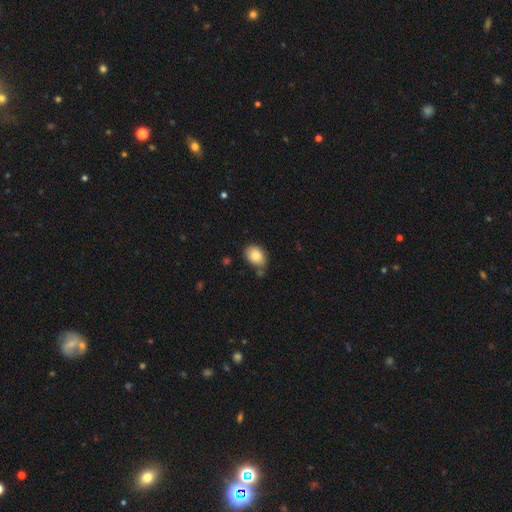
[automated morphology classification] smooth 84%, featured or disk 8%, star or artifact 8%. Down the decision tree: how rounded — in between (77%); merging — none (71%).